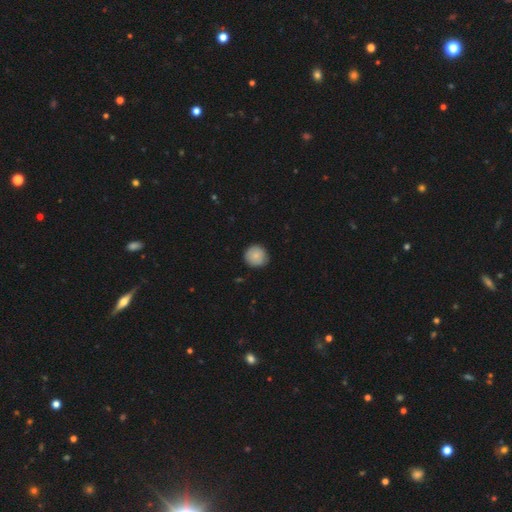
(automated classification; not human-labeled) A smooth galaxy with no disk features (84%) that is round (93%).

Vote fractions:
- Smooth or featured? smooth: 84% / featured or disk: 9% / star or artifact: 7%
- How rounded? round: 93% / in between: 6% / cigar-shaped: 1%
- Merging? none: 84% / minor disturbance: 13% / major disturbance: 2% / merger: 1%